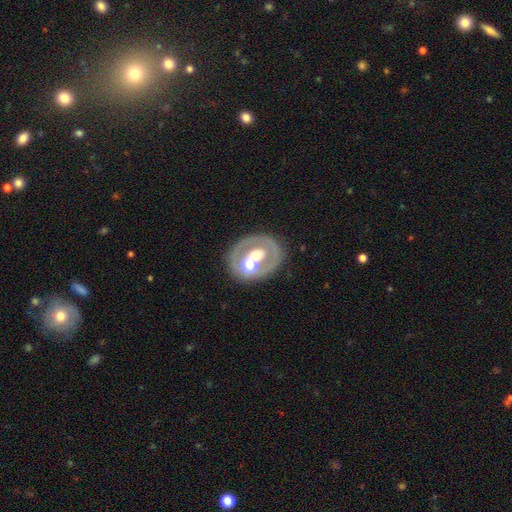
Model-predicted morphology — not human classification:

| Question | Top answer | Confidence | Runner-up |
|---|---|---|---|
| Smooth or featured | featured or disk | 55% | smooth (35%) |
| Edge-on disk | no | 94% | yes (6%) |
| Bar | no | 85% | weak (9%) |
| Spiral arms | no | 91% | yes (9%) |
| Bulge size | moderate | 62% | large (25%) |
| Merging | none | 59% | merger (22%) |